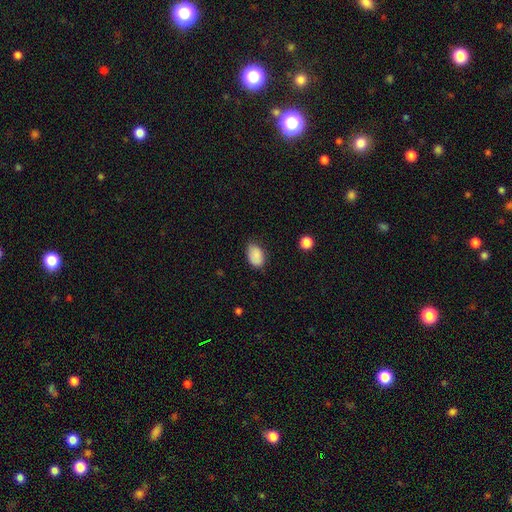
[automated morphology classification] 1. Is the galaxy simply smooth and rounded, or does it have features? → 87% smooth, 8% star or artifact, 5% featured or disk.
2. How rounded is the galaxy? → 89% in between, 10% round, 1% cigar-shaped.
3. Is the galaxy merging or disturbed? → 68% none, 26% minor disturbance, 4% major disturbance, 1% merger.